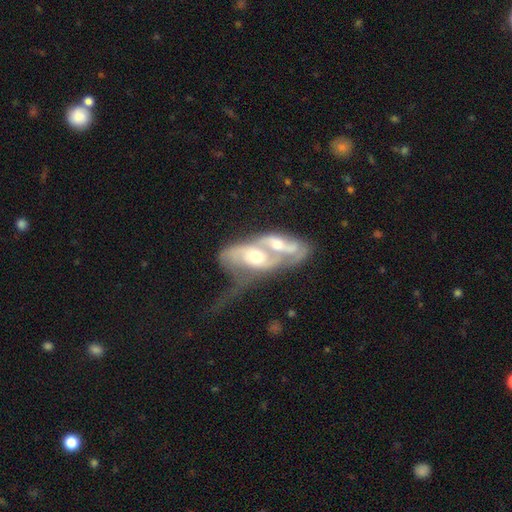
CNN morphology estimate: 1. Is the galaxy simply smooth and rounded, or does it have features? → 72% featured or disk, 22% smooth, 7% star or artifact.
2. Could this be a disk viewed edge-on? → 84% no, 16% yes.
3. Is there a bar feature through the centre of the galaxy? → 66% no, 23% weak, 11% strong.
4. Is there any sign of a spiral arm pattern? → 58% yes, 42% no.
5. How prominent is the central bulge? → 69% moderate, 18% small, 10% large, 2% none, 2% dominant.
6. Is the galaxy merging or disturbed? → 75% merger, 12% major disturbance, 7% none, 5% minor disturbance.